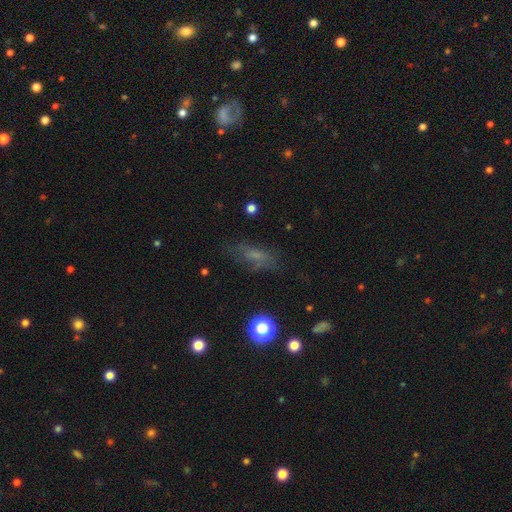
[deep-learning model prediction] smooth 51%, featured or disk 28%, star or artifact 21%. Down the decision tree: how rounded — in between (67%); merging — none (64%).